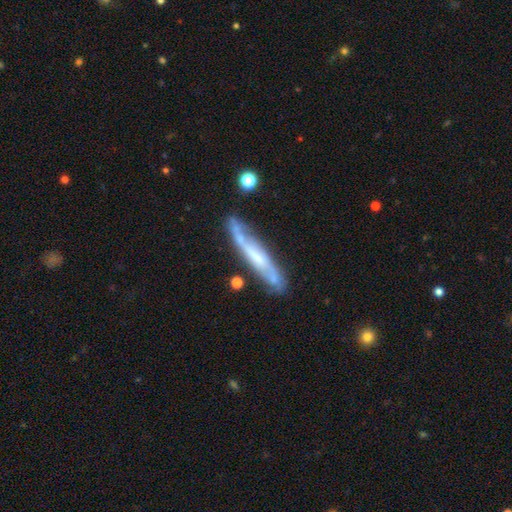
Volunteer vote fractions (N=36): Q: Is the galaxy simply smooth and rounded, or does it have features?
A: featured or disk — 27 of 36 (75%).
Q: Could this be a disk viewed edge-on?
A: no — 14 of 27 (52%).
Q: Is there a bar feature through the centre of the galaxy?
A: strong — 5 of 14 (36%, tied with no).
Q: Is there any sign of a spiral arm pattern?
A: yes — 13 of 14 (93%).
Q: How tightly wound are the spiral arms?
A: loose — 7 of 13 (54%).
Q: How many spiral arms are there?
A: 2 — 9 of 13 (69%).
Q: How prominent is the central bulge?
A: small — 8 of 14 (57%).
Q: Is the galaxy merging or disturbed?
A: none — 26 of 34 (76%).